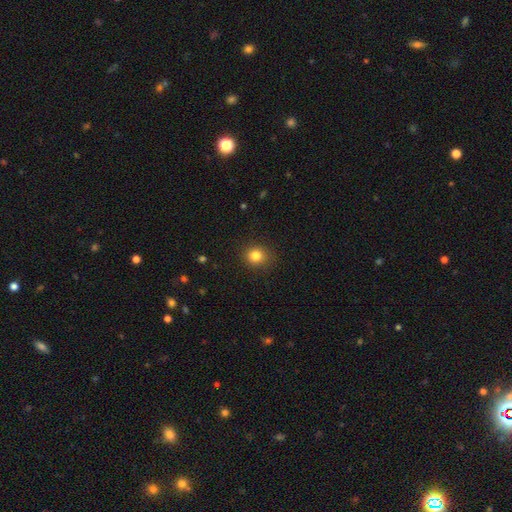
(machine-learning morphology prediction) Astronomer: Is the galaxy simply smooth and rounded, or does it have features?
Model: smooth — 82%.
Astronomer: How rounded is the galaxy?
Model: round — 81%.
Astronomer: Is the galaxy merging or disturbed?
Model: none — 88%.